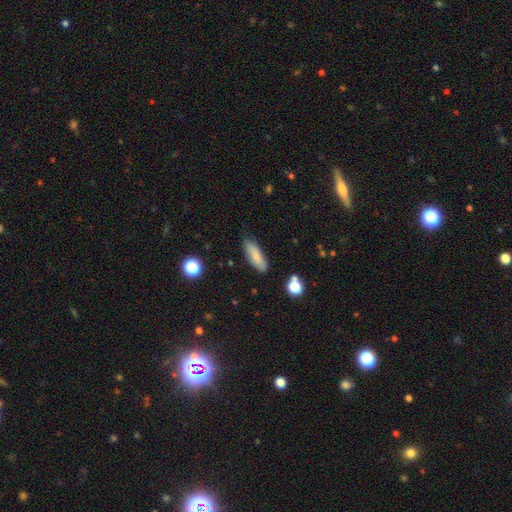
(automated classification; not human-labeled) A smooth galaxy with no disk features (82%) that is in between round and cigar-shaped (55%). Merging: none (82%).